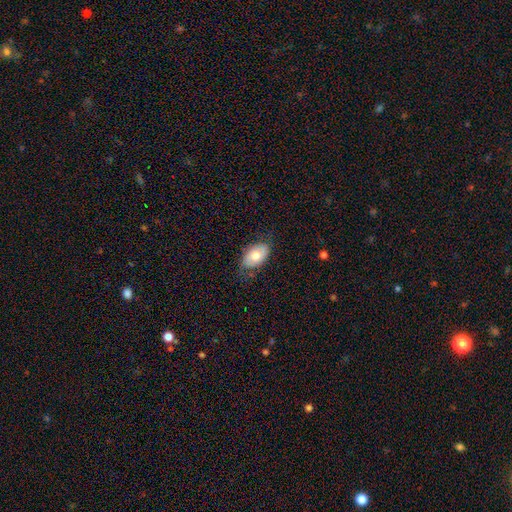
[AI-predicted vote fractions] Overall: smooth (72%). How rounded: in between (93%). Merging: none (70%).